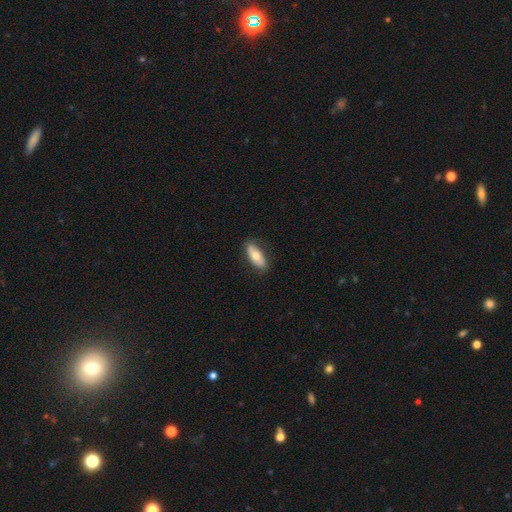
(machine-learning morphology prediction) Smooth or featured? Predicted: smooth (p=0.66). How rounded? Predicted: in between (p=0.76). Merging? Predicted: none (p=0.82).